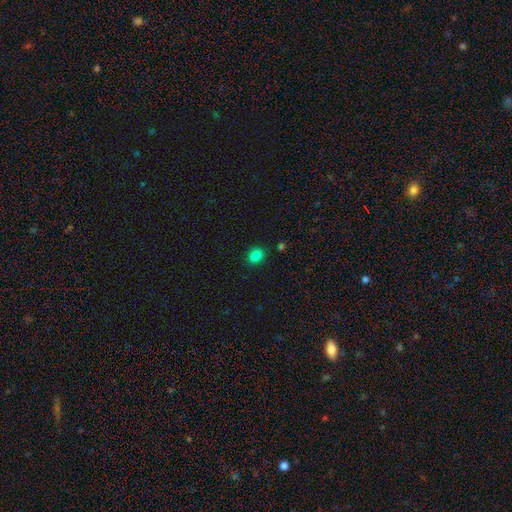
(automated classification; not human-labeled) Smooth or featured? Predicted: smooth (p=0.83). How rounded? Predicted: in between (p=0.51). Merging? Predicted: none (p=0.86).